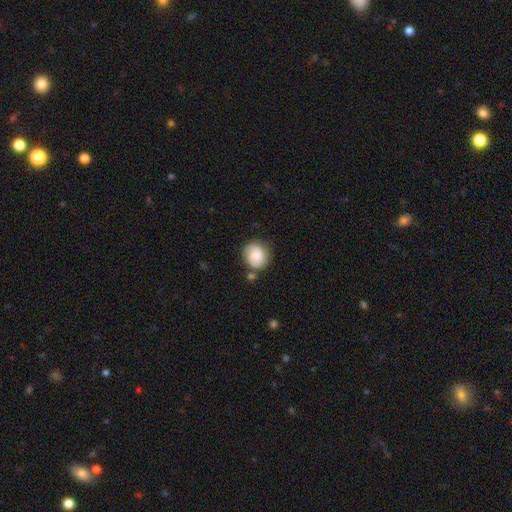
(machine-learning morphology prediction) A smooth galaxy with no disk features (77%) that is round (78%). Merging: none (71%).